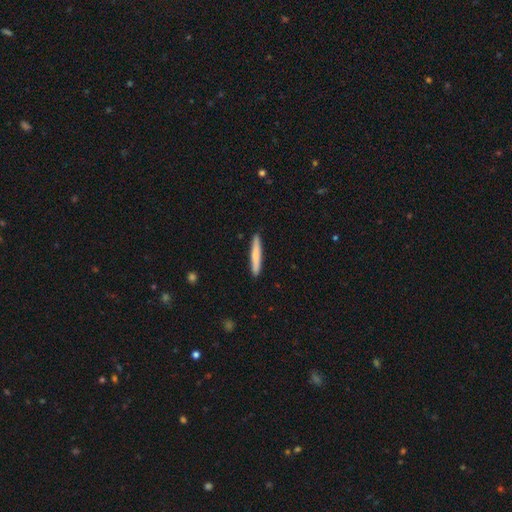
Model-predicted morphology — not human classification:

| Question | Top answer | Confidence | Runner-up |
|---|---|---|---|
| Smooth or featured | smooth | 74% | featured or disk (21%) |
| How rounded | cigar-shaped | 95% | in between (4%) |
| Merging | none | 91% | minor disturbance (6%) |